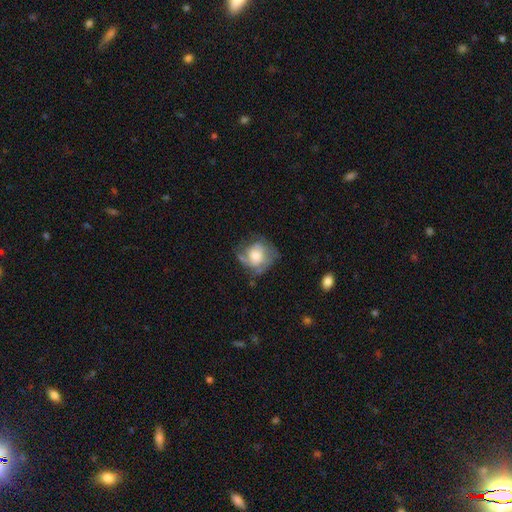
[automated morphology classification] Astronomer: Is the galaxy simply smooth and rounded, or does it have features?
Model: featured or disk — 60%.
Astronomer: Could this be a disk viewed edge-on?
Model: no — 97%.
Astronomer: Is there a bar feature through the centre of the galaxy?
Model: no — 76%.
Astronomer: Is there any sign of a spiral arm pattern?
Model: yes — 82%.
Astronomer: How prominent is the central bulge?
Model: moderate — 45% (runner-up: large, 29%).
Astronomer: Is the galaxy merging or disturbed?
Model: none — 54%.